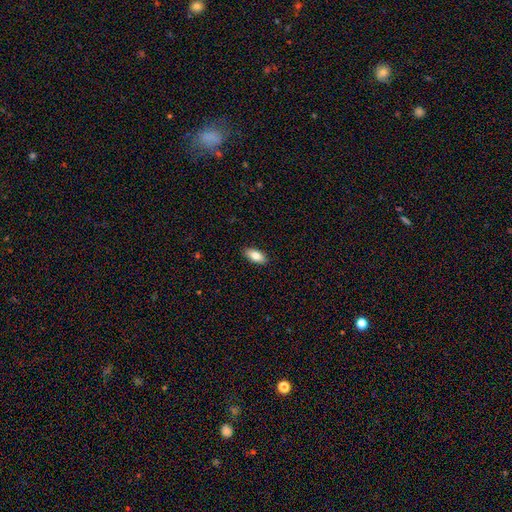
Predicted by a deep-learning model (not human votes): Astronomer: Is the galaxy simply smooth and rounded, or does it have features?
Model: smooth — 79%.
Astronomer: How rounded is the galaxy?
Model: in between — 89%.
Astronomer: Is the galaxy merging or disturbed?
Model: none — 89%.